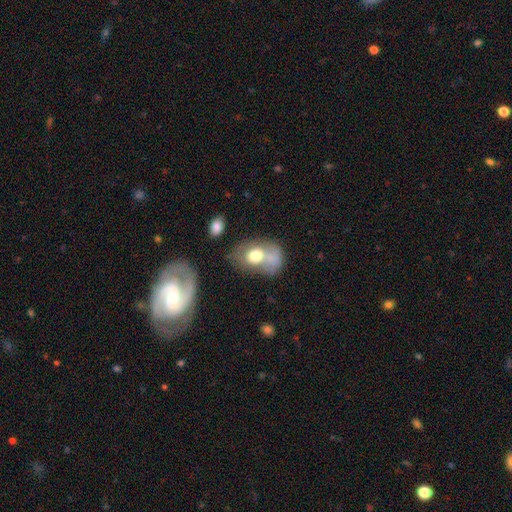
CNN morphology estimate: smooth-or-featured: smooth: 60% | featured or disk: 31% | star or artifact: 9%
  how-rounded: in between: 72% | round: 27% | cigar-shaped: 1%
  merging: merger: 36% | none: 24% | major disturbance: 21% | minor disturbance: 19%